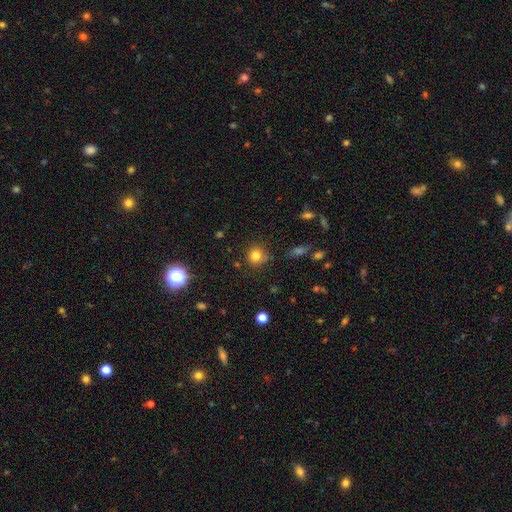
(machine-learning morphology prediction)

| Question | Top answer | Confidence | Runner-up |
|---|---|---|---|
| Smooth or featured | smooth | 80% | star or artifact (14%) |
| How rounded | round | 89% | in between (10%) |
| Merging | none | 80% | minor disturbance (13%) |